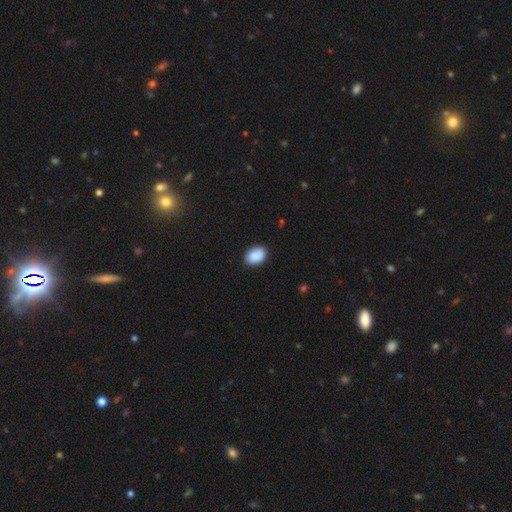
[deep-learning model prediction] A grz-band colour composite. It shows a smooth galaxy with no disk features (90%) that is in between round and cigar-shaped (81%). Merging: none (86%).